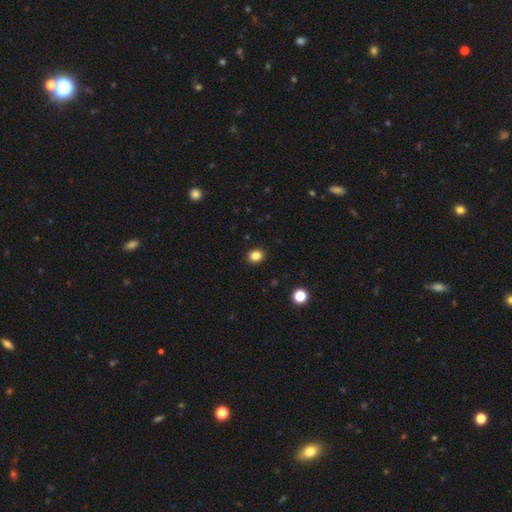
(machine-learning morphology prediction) A smooth galaxy with no disk features (85%) that is round (65%).

Vote fractions:
- Smooth or featured? smooth: 85% / star or artifact: 11% / featured or disk: 3%
- How rounded? round: 65% / in between: 35% / cigar-shaped: 1%
- Merging? none: 91% / minor disturbance: 6% / major disturbance: 2% / merger: 1%